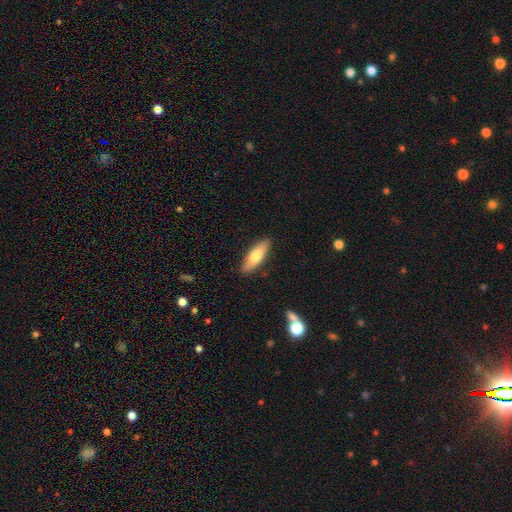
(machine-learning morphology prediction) Overall: smooth (72%). How rounded: in between (51%; cigar-shaped 47%). Merging: none (87%).